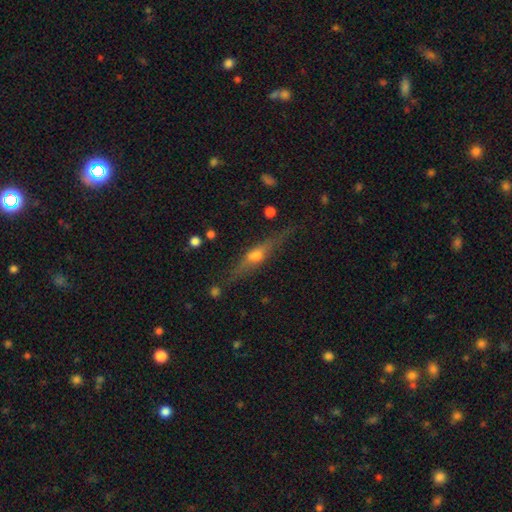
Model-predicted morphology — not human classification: smooth_or_featured: featured or disk (p=0.60) [alt: smooth p=0.31]
disk_edge_on: yes (p=0.91) [alt: no p=0.09]
edge_on_bulge: rounded (p=0.88) [alt: boxy p=0.06]
merging: none (p=0.74) [alt: minor disturbance p=0.17]